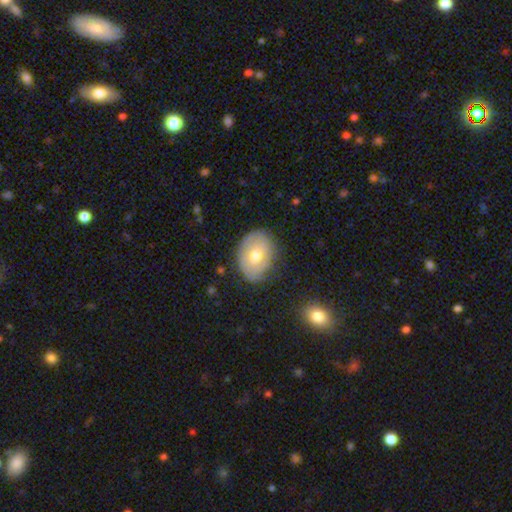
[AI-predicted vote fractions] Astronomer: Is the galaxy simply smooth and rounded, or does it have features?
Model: smooth — 63%.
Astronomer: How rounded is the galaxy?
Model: in between — 74%.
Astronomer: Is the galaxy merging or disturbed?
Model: none — 77%.